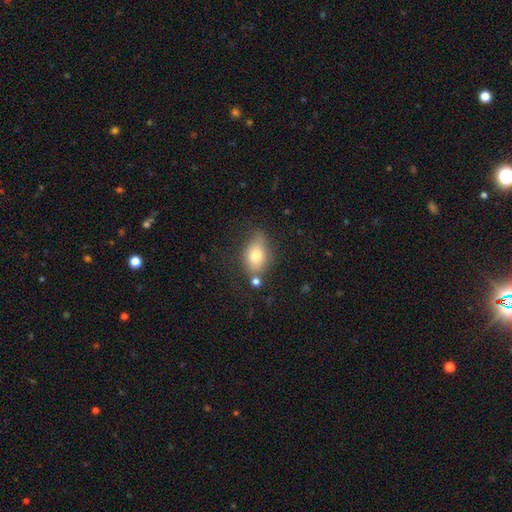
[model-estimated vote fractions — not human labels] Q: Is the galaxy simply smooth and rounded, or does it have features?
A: smooth — 74%.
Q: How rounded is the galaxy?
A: in between — 82%.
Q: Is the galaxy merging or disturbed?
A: none — 57%.